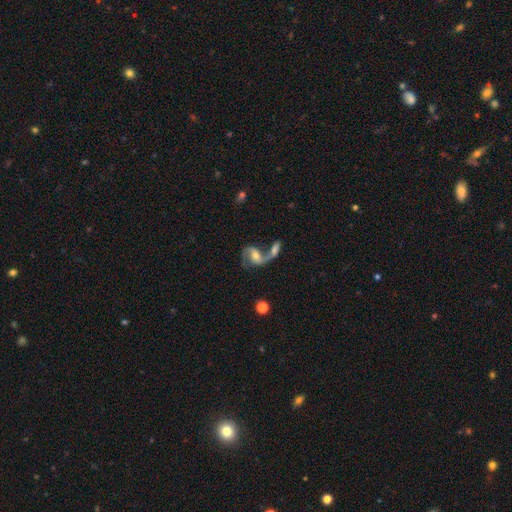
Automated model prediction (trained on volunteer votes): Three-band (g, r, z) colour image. It shows a featured or disk galaxy (78%) with no bar (41%, tied with weak), 2 (86%) loose (50%) spiral arms (93%) and a moderate central bulge (58%). Merging: merger (47%).